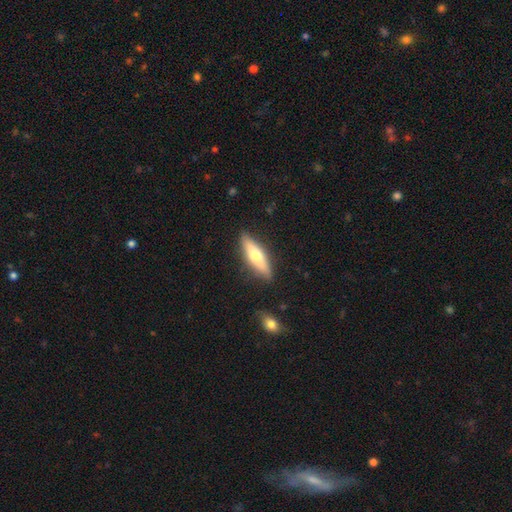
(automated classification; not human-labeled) smooth-or-featured: smooth: 54% | featured or disk: 40% | star or artifact: 6%
  how-rounded: cigar-shaped: 65% | in between: 33% | round: 2%
  merging: none: 86% | minor disturbance: 10% | major disturbance: 2% | merger: 2%